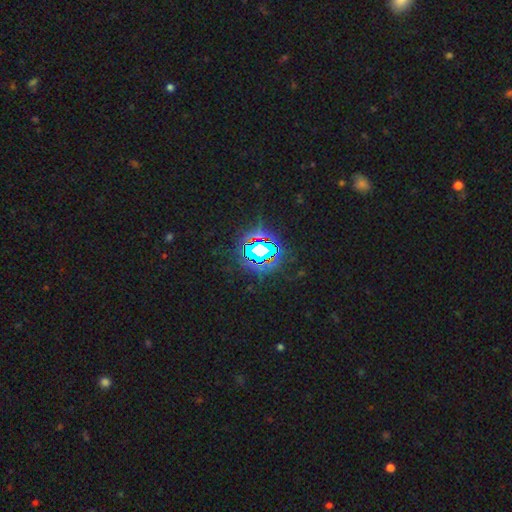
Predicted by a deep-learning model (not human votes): Smooth or featured: star or artifact — 78% (featured or disk — 11%)